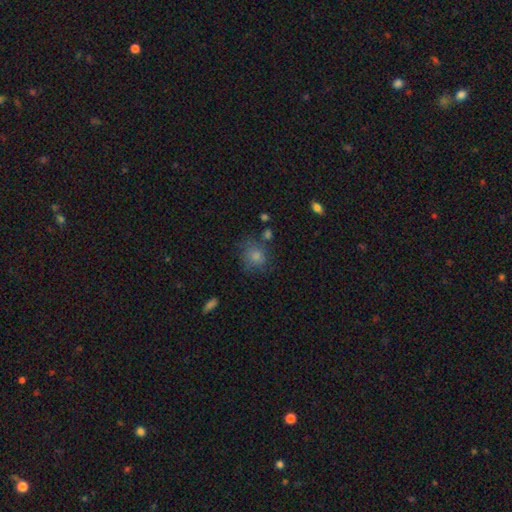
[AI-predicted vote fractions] A smooth galaxy with no disk features (78%) that is round (74%).

Vote fractions:
- Smooth or featured? smooth: 78% / featured or disk: 11% / star or artifact: 10%
- How rounded? round: 74% / in between: 25% / cigar-shaped: 1%
- Merging? none: 61% / minor disturbance: 22% / major disturbance: 11% / merger: 6%